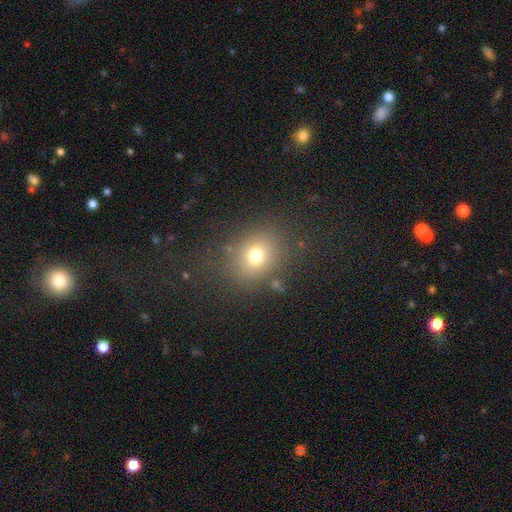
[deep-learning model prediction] Q: Smooth or featured?
A: smooth (72%); runner-up: star or artifact (16%)
Q: How rounded?
A: round (64%); runner-up: in between (35%)
Q: Merging?
A: none (80%); runner-up: minor disturbance (11%)